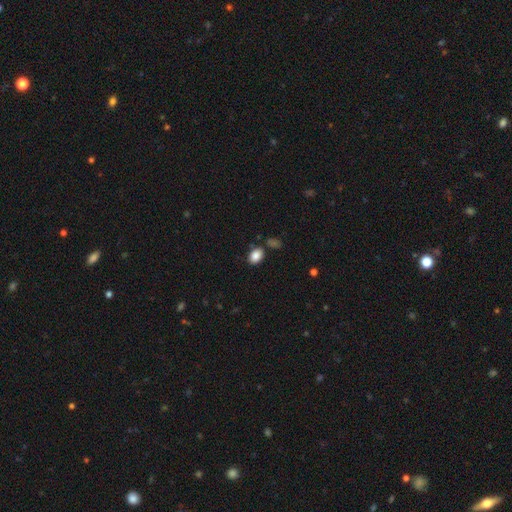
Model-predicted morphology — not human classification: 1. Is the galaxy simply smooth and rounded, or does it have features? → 86% smooth, 9% star or artifact, 5% featured or disk.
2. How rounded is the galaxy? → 82% in between, 16% round, 1% cigar-shaped.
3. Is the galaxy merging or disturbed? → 76% none, 14% minor disturbance, 6% merger, 4% major disturbance.